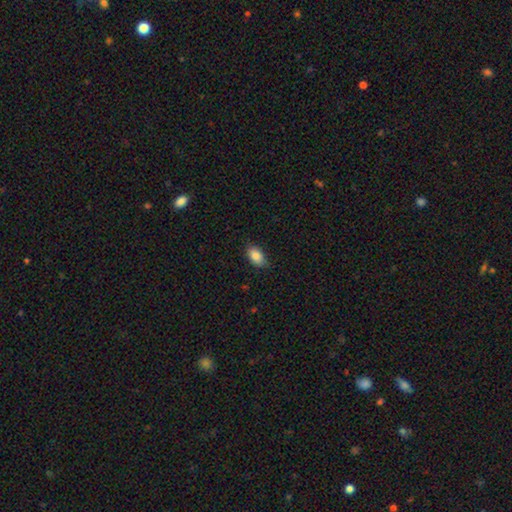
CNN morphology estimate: Smooth or featured: smooth — 87% (star or artifact — 8%)
How rounded: in between — 92% (round — 6%)
Merging: none — 82% (minor disturbance — 14%)